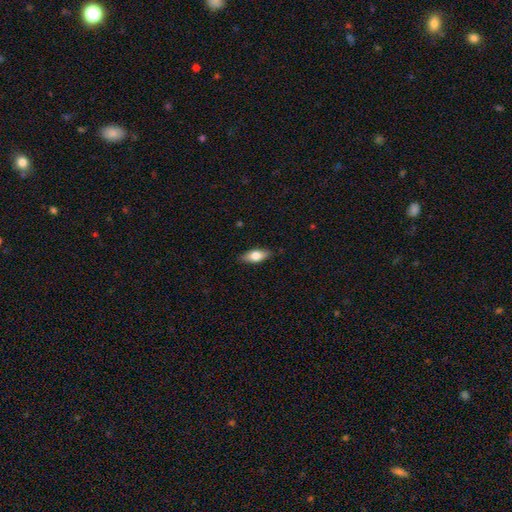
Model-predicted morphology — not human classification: type=smooth (71%); roundness=in between (80%); merging=none (86%).